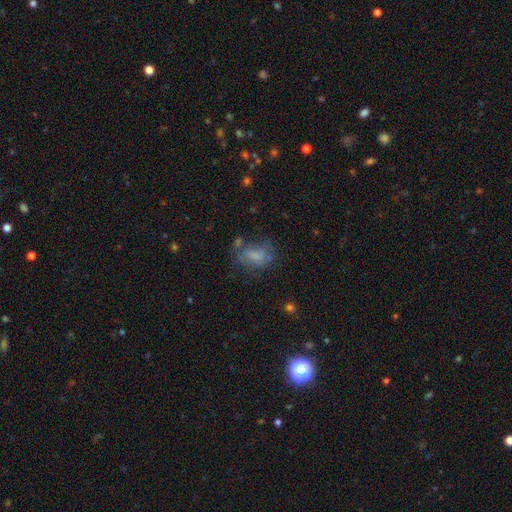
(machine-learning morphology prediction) Smooth or featured? smooth (56%)
How rounded? in between (78%)
Merging? none (42%)